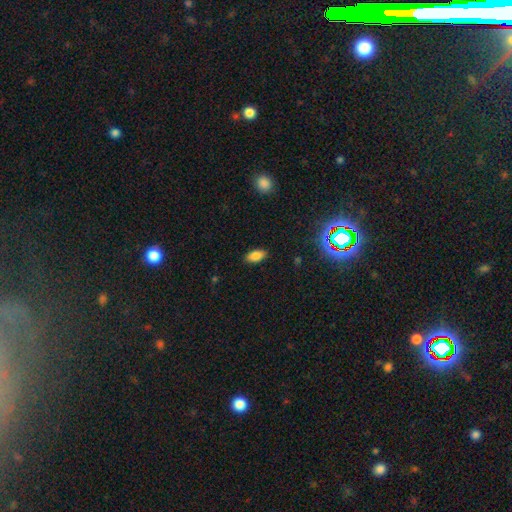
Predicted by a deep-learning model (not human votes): Smooth or featured: smooth — 83% (star or artifact — 10%)
How rounded: in between — 90% (cigar-shaped — 6%)
Merging: none — 87% (minor disturbance — 9%)